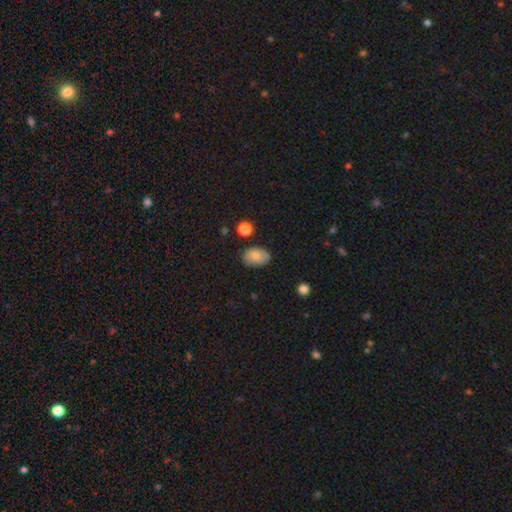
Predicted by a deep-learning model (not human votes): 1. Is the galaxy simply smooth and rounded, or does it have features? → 81% smooth, 11% featured or disk, 8% star or artifact.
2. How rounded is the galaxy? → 87% in between, 12% round, 1% cigar-shaped.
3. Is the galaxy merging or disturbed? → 79% none, 16% minor disturbance, 3% major disturbance, 2% merger.